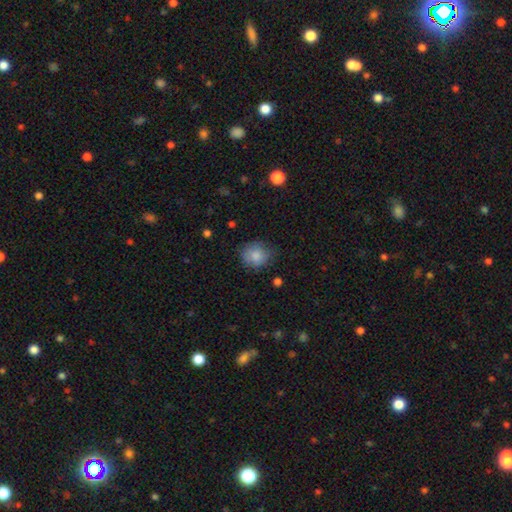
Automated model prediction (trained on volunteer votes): Overall: smooth (82%). How rounded: round (80%). Merging: none (69%).